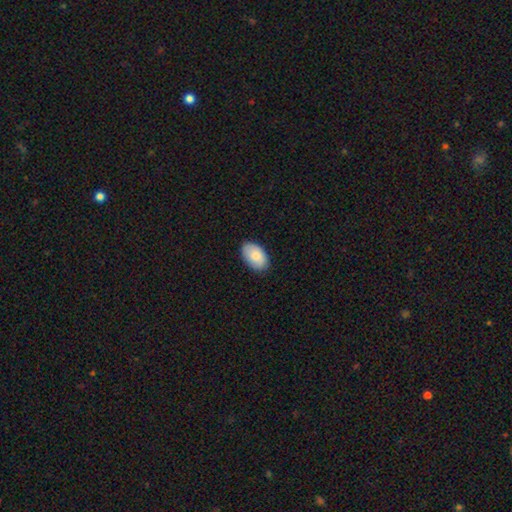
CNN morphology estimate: This appears to be a smooth galaxy with no disk features (80%) that is in between round and cigar-shaped (92%). Merging: none (85%).